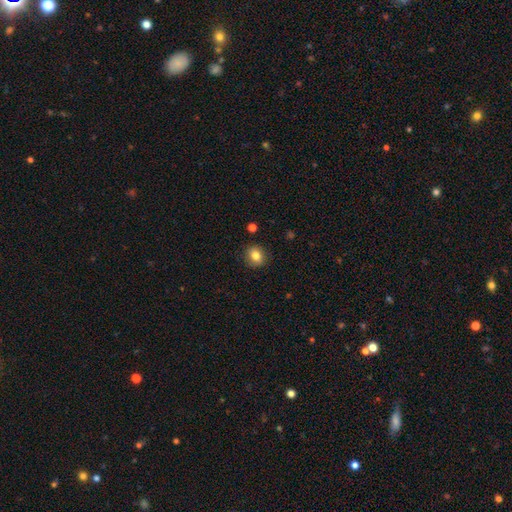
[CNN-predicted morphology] Smooth or featured? smooth (82%)
How rounded? round (74%)
Merging? none (89%)